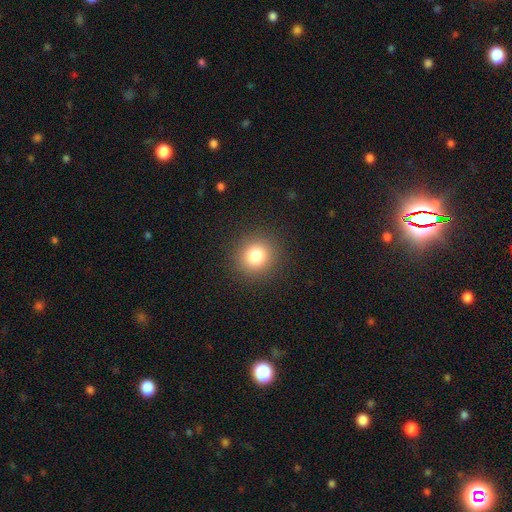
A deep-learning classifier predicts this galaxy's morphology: A smooth galaxy with no disk features (81%) that is round (92%). Merging: none (91%).